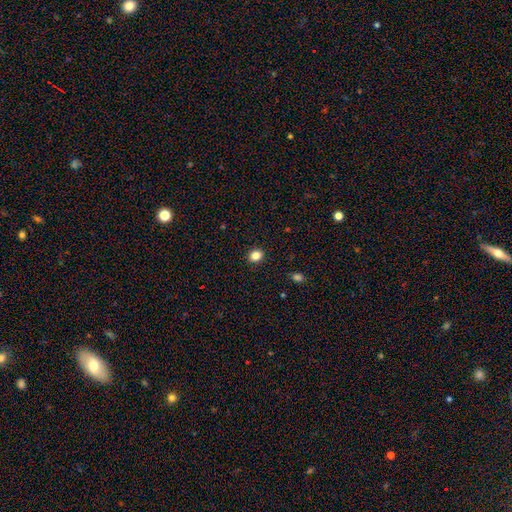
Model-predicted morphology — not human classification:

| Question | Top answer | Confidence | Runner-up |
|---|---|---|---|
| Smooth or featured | smooth | 84% | star or artifact (11%) |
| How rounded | round | 64% | in between (35%) |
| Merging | none | 91% | minor disturbance (6%) |